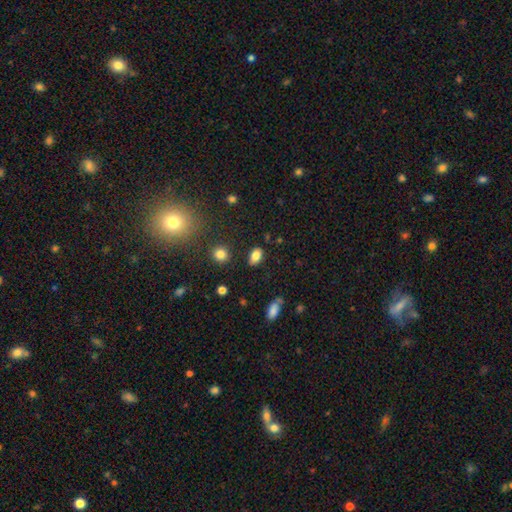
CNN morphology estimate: Q: Smooth or featured?
A: smooth (82%); runner-up: star or artifact (10%)
Q: How rounded?
A: in between (87%); runner-up: round (10%)
Q: Merging?
A: none (82%); runner-up: minor disturbance (13%)